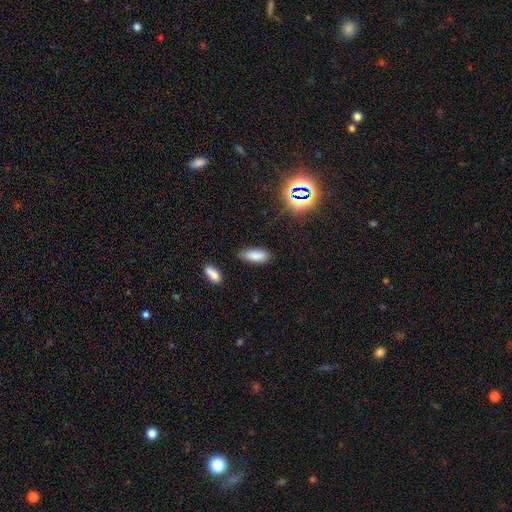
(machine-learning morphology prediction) smooth-or-featured: smooth: 84% | star or artifact: 10% | featured or disk: 6%
  how-rounded: in between: 78% | cigar-shaped: 19% | round: 2%
  merging: none: 79% | minor disturbance: 16% | major disturbance: 3% | merger: 2%